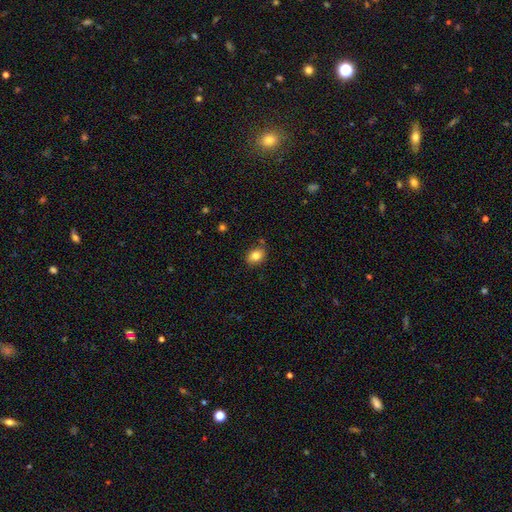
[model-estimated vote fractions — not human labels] smooth-or-featured: smooth: 83% | star or artifact: 9% | featured or disk: 8%
  how-rounded: in between: 68% | round: 31% | cigar-shaped: 1%
  merging: none: 82% | minor disturbance: 13% | merger: 3% | major disturbance: 3%